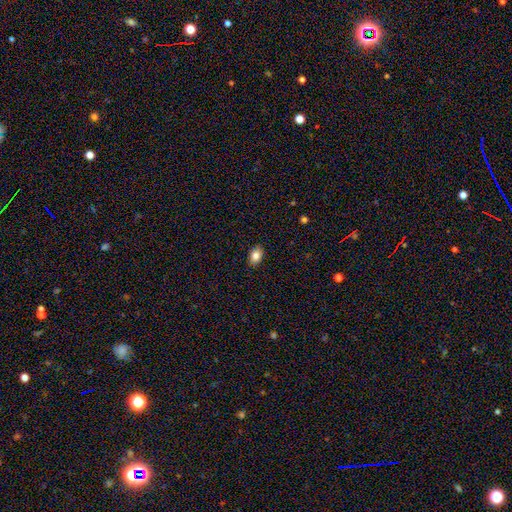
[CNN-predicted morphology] smooth 84%, star or artifact 8%, featured or disk 8%. Down the decision tree: how rounded — in between (83%); merging — none (88%).